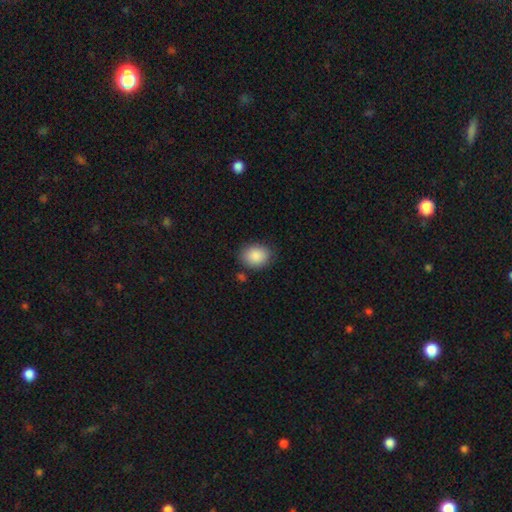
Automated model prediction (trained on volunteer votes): This appears to be a smooth galaxy with no disk features (89%) that is in between round and cigar-shaped (56%). Merging: none (83%).